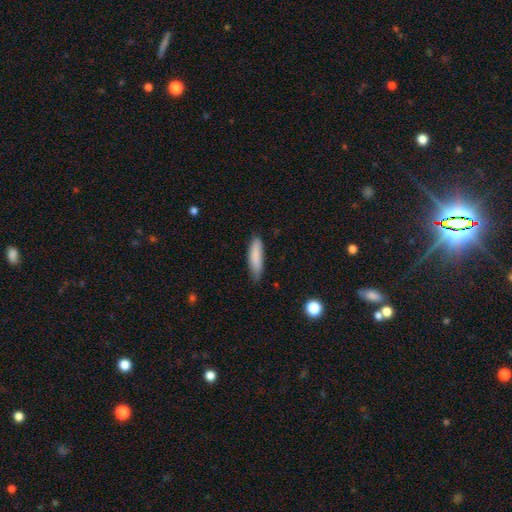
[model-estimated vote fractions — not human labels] smooth-or-featured: smooth: 85% | featured or disk: 8% | star or artifact: 6%
  how-rounded: cigar-shaped: 64% | in between: 35% | round: 1%
  merging: none: 73% | minor disturbance: 22% | major disturbance: 3% | merger: 1%